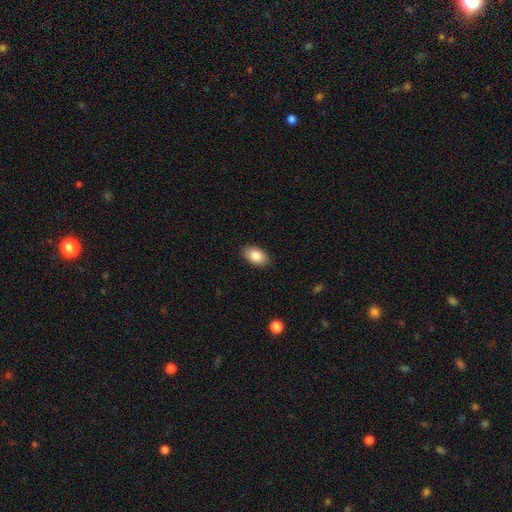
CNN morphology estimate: smooth 84%, featured or disk 9%, star or artifact 7%. Down the decision tree: how rounded — in between (92%); merging — none (89%).